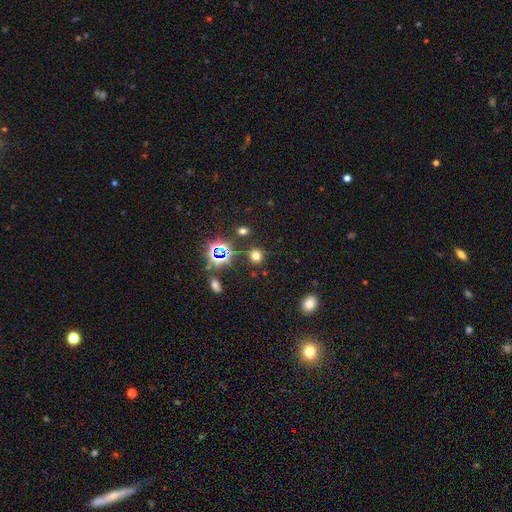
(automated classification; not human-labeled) Overall: smooth (65%; star or artifact 28%). How rounded: round (86%). Merging: none (84%).